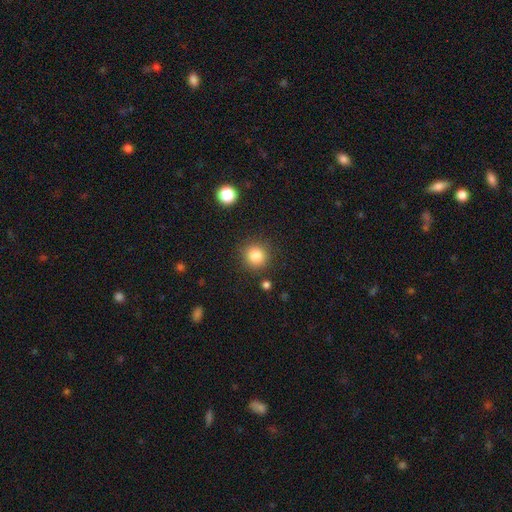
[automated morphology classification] smooth-or-featured: smooth: 83% | star or artifact: 11% | featured or disk: 6%
  how-rounded: round: 93% | in between: 6% | cigar-shaped: 1%
  merging: none: 88% | minor disturbance: 7% | major disturbance: 3% | merger: 3%